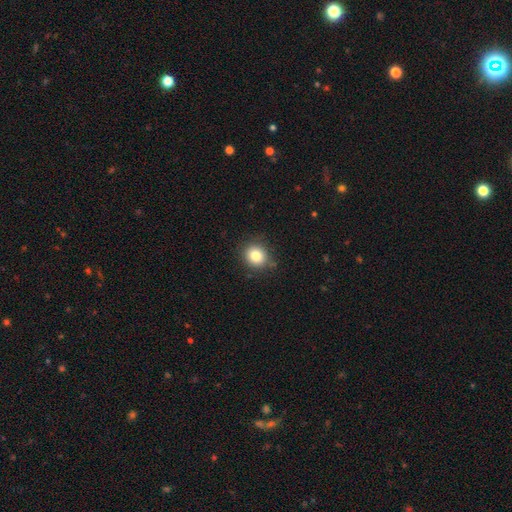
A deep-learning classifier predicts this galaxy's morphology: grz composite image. It shows a smooth galaxy with no disk features (82%) that is round (83%). Merging: none (83%).